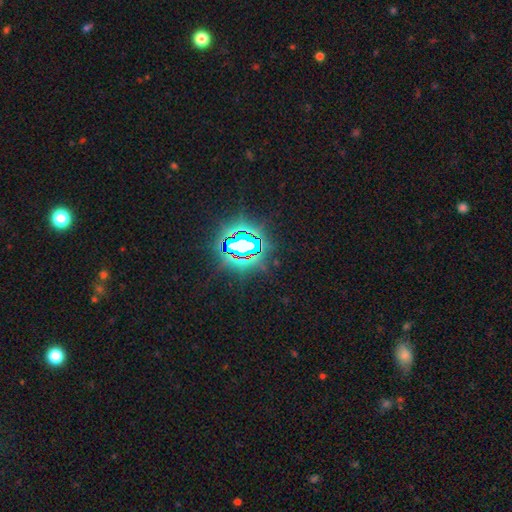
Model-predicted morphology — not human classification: Overall: star or artifact (84%).